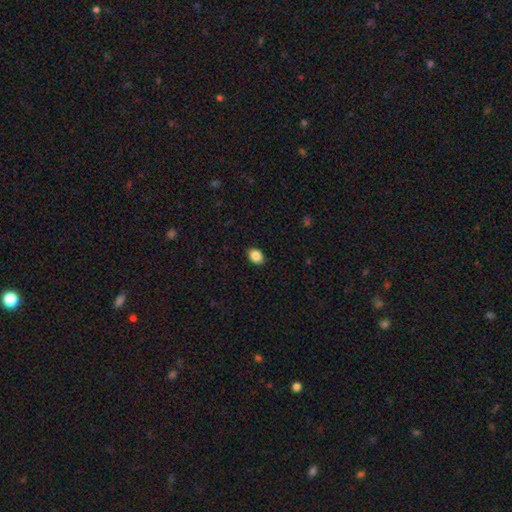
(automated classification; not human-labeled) smooth-or-featured: smooth: 86% | star or artifact: 9% | featured or disk: 5%
  how-rounded: in between: 70% | round: 29% | cigar-shaped: 1%
  merging: none: 89% | minor disturbance: 8% | major disturbance: 2% | merger: 1%